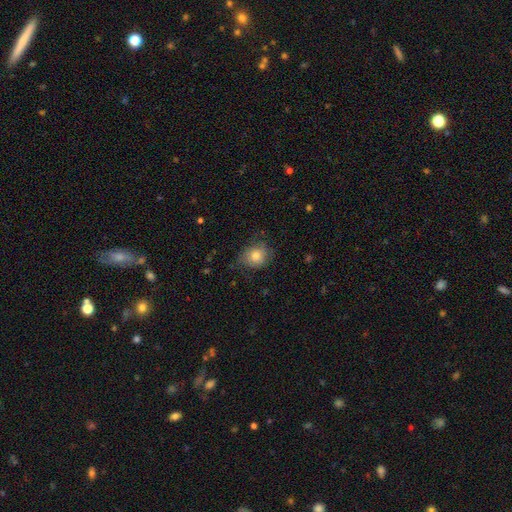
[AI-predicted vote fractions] A smooth galaxy with no disk features (79%) that is round (64%).

Vote fractions:
- Smooth or featured? smooth: 79% / featured or disk: 12% / star or artifact: 9%
- How rounded? round: 64% / in between: 35% / cigar-shaped: 1%
- Merging? none: 64% / minor disturbance: 26% / major disturbance: 8% / merger: 1%